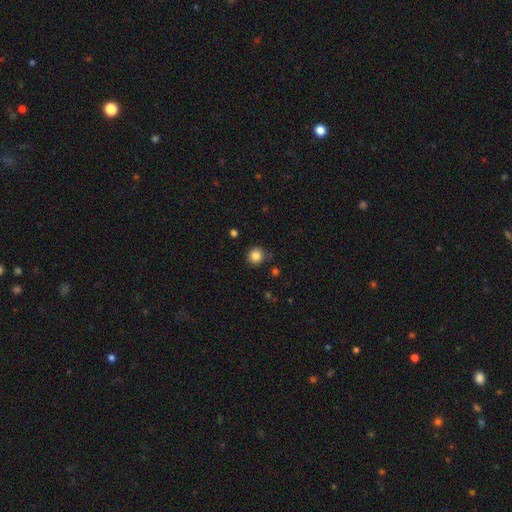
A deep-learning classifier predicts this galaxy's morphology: Smooth or featured: smooth — 85% (star or artifact — 11%)
How rounded: round — 92% (in between — 7%)
Merging: none — 82% (minor disturbance — 12%)